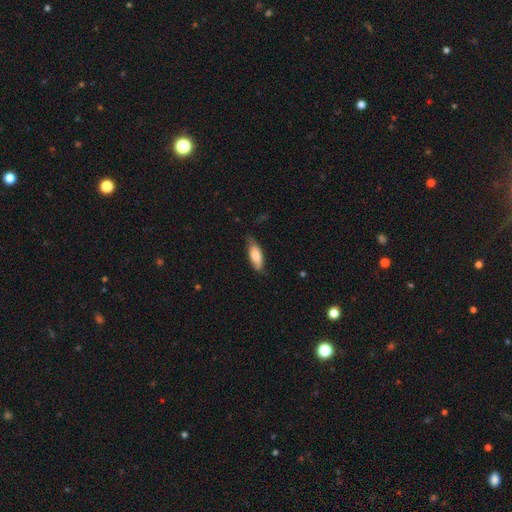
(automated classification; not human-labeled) Smooth or featured?
  - smooth: 76% *
  - featured or disk: 18%
  - star or artifact: 6%
How rounded?
  - in between: 71% *
  - cigar-shaped: 27%
  - round: 2%
Merging?
  - none: 68% *
  - minor disturbance: 27%
  - major disturbance: 4%
  - merger: 1%